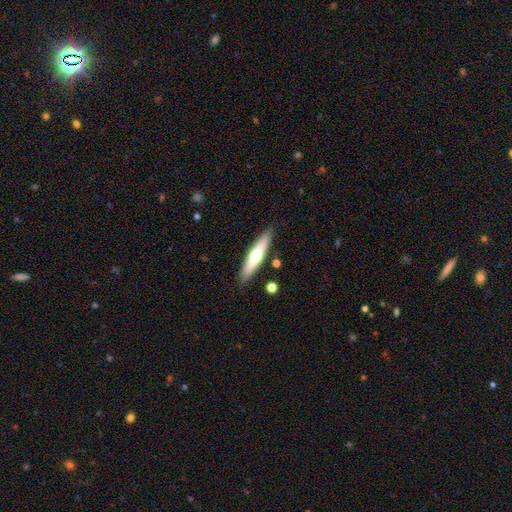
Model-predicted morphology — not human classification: Smooth or featured: featured or disk — 48% (smooth — 47%)
Merging: none — 87% (minor disturbance — 8%)